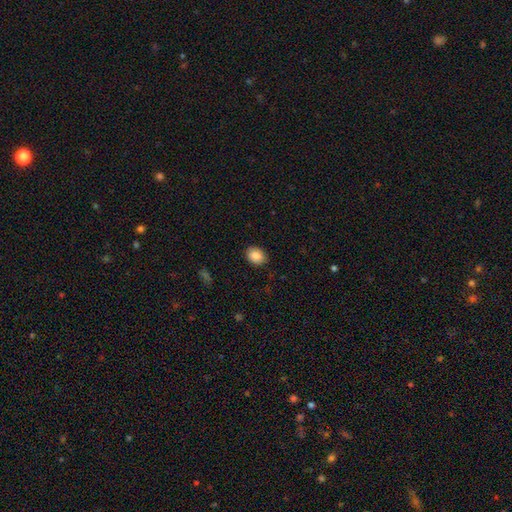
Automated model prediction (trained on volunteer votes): Overall: smooth (86%). How rounded: in between (56%; round 44%). Merging: none (88%).